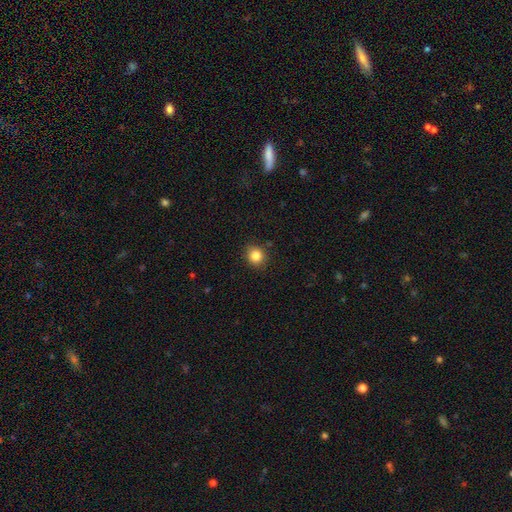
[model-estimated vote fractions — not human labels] Smooth or featured? Predicted: smooth (p=0.84). How rounded? Predicted: round (p=0.83). Merging? Predicted: none (p=0.87).